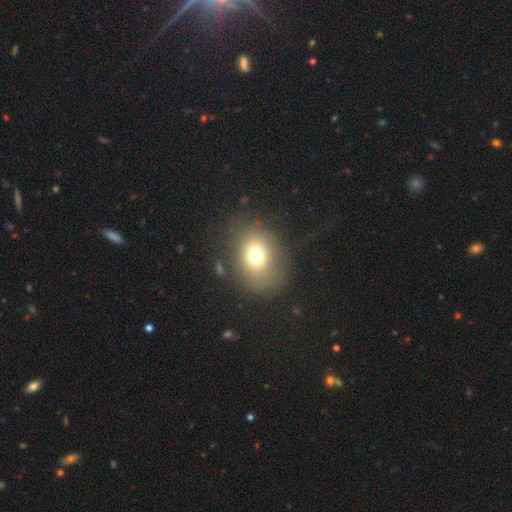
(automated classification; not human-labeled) A smooth galaxy with no disk features (70%) that is round (58%). Merging: none (73%).